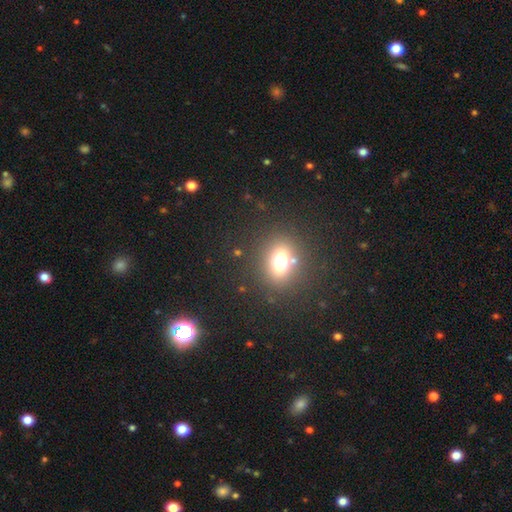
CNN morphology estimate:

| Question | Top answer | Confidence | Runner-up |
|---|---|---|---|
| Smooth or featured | smooth | 57% | star or artifact (31%) |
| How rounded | round | 51% | in between (46%) |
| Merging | none | 90% | minor disturbance (6%) |